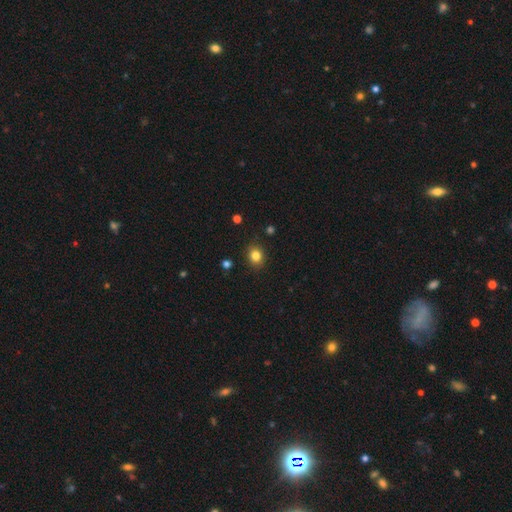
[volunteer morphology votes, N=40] smooth_or_featured: smooth (p=0.85) [alt: star or artifact p=0.10]
how_rounded: round (p=0.74) [alt: in between p=0.26]
merging: none (p=0.78) [alt: minor disturbance p=0.17]